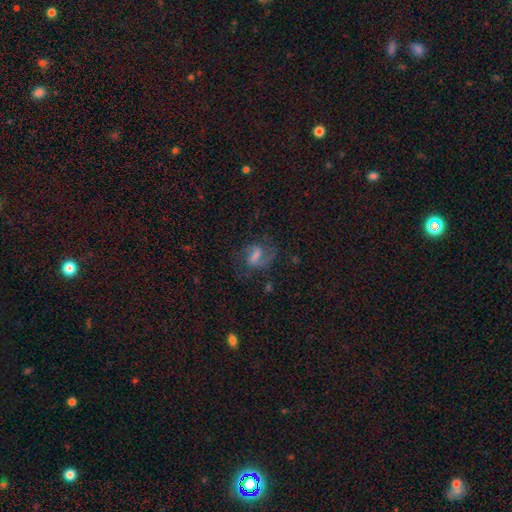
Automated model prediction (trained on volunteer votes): Smooth or featured? Predicted: featured or disk (p=0.66). Edge-on disk? Predicted: no (p=0.96). Bar? Predicted: weak (p=0.44). Spiral arms? Predicted: yes (p=0.90). Spiral winding? Predicted: medium (p=0.51). Spiral arm count? Predicted: 2 (p=0.82). Bulge size? Predicted: none (p=0.30). Merging? Predicted: none (p=0.65).